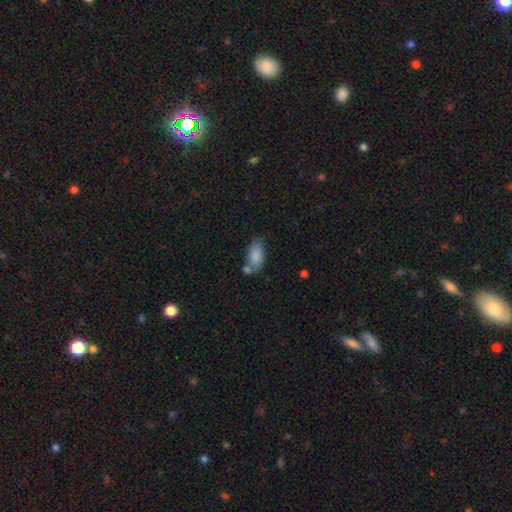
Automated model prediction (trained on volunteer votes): The model was most divided on "merging": none: 47%, merger: 27%, minor disturbance: 20%, major disturbance: 7%. More confident: how rounded — in between (91%); smooth or featured — smooth (82%).